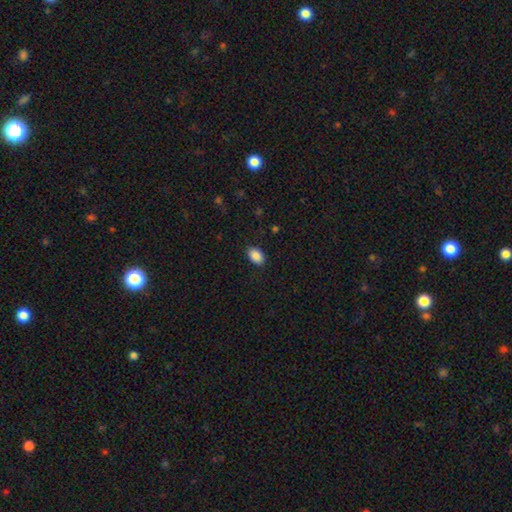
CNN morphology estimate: The model was most divided on "merging": none: 87%, minor disturbance: 10%, major disturbance: 2%, merger: 1%. More confident: smooth or featured — smooth (89%); how rounded — in between (88%).